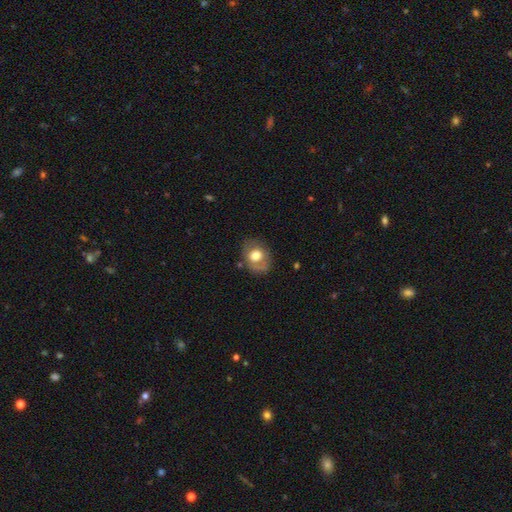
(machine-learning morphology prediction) A smooth galaxy with no disk features (63%) that is in between round and cigar-shaped (54%).

Vote fractions:
- Smooth or featured? smooth: 63% / featured or disk: 29% / star or artifact: 8%
- How rounded? in between: 54% / round: 45% / cigar-shaped: 1%
- Merging? none: 67% / minor disturbance: 22% / major disturbance: 8% / merger: 2%